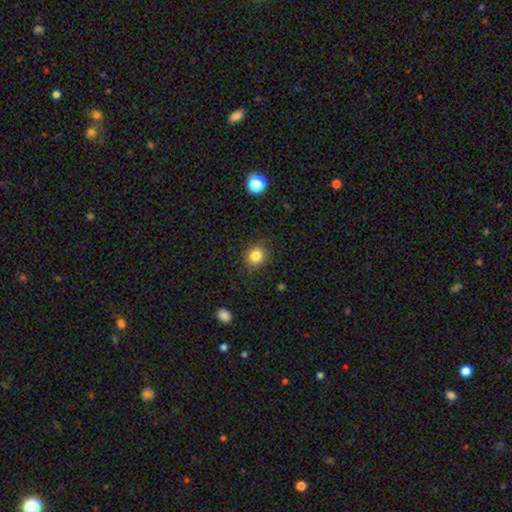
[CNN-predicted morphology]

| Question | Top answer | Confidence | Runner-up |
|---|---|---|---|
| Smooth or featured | smooth | 84% | star or artifact (10%) |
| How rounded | round | 70% | in between (30%) |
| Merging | none | 86% | minor disturbance (10%) |